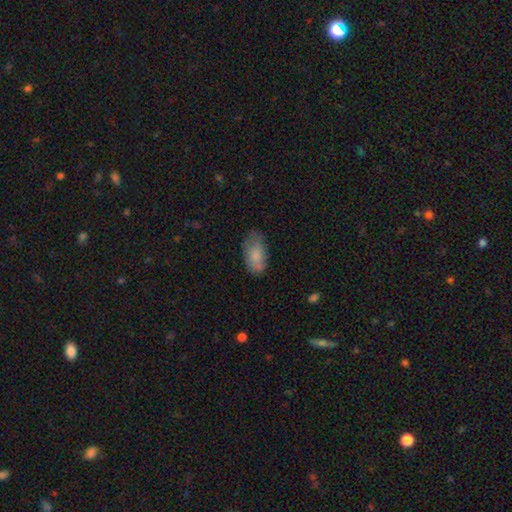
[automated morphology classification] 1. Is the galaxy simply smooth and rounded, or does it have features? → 79% smooth, 14% featured or disk, 7% star or artifact.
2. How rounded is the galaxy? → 93% in between, 4% round, 3% cigar-shaped.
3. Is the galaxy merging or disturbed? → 65% none, 26% minor disturbance, 7% major disturbance, 2% merger.